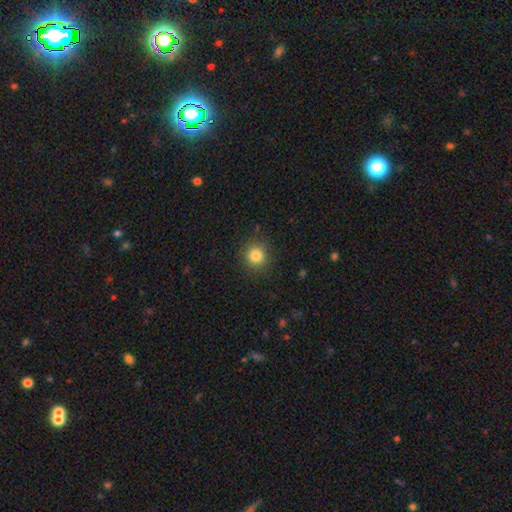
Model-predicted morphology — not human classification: Q: Smooth or featured?
A: smooth (83%); runner-up: star or artifact (11%)
Q: How rounded?
A: round (90%); runner-up: in between (9%)
Q: Merging?
A: none (89%); runner-up: minor disturbance (7%)